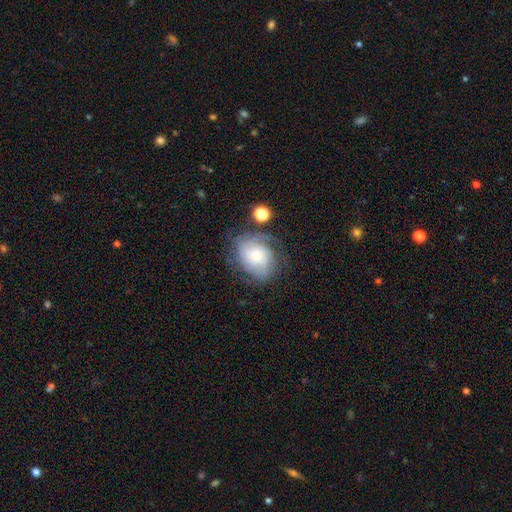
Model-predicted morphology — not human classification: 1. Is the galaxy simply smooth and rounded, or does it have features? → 65% featured or disk, 26% smooth, 9% star or artifact.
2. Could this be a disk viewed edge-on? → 97% no, 3% yes.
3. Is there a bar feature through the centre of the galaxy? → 74% no, 22% weak, 4% strong.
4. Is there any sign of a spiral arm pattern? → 88% yes, 12% no.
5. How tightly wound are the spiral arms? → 52% tight, 34% medium, 14% loose.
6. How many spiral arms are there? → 42% can't tell, 24% 2, 17% 3, 7% 4, 6% 1, 4% more than 4.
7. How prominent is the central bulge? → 50% small, 38% moderate, 7% large, 3% none, 2% dominant.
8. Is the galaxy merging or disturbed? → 58% none, 22% minor disturbance, 14% major disturbance, 5% merger.